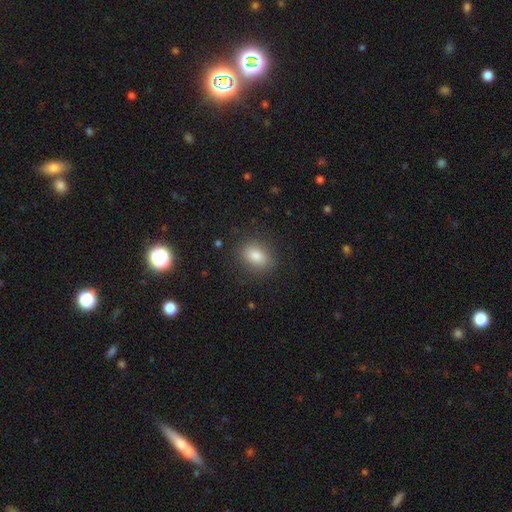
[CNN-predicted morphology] smooth-or-featured: smooth: 82% | star or artifact: 10% | featured or disk: 8%
  how-rounded: in between: 71% | round: 27% | cigar-shaped: 2%
  merging: none: 85% | minor disturbance: 10% | major disturbance: 3% | merger: 1%